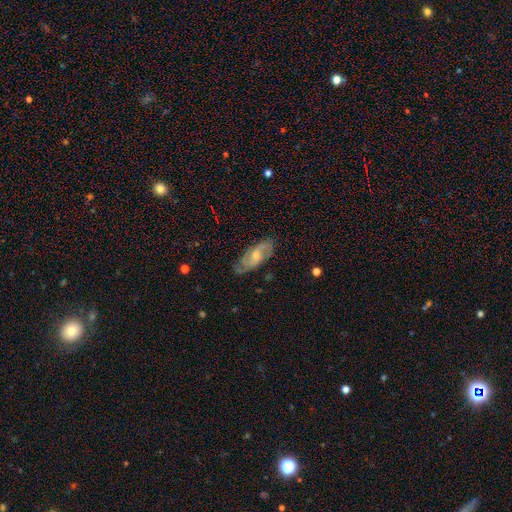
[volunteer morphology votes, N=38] featured or disk 74%, smooth 18%, star or artifact 8%. Down the decision tree: edge-on disk — no (93%); bar — no (65%); spiral arms — yes (100%); spiral arm count — 3 (46%); spiral winding — medium (50%); bulge size — moderate (50%); merging — none (71%).